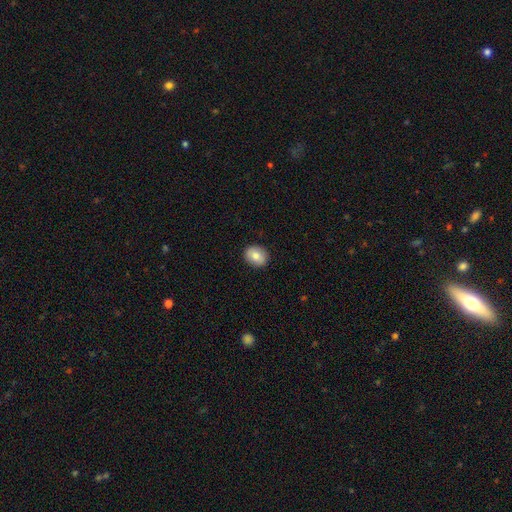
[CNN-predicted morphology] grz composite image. It shows a smooth galaxy with no disk features (78%) that is round (58%). Merging: none (90%).